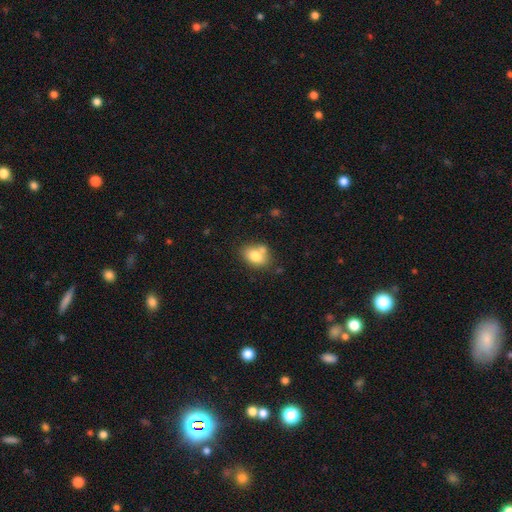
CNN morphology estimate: Overall: smooth (78%). How rounded: in between (74%). Merging: none (55%; merger 22%).